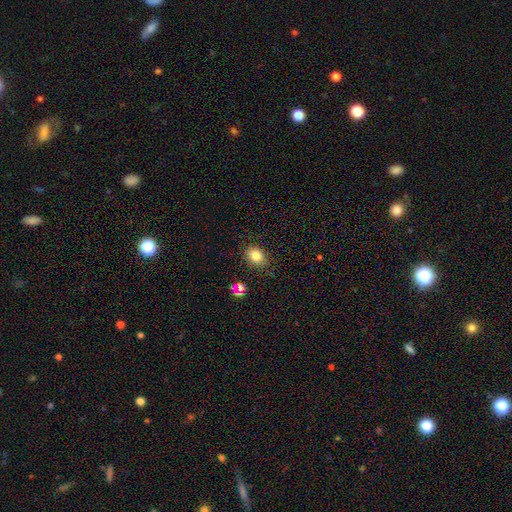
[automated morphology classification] Smooth or featured? smooth (81%)
How rounded? in between (54%)
Merging? none (84%)